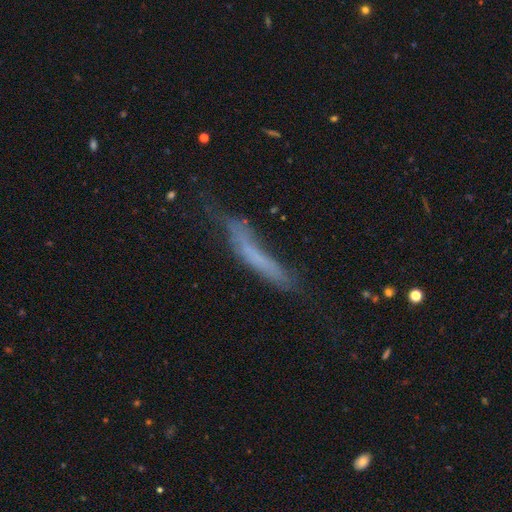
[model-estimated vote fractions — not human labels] This appears to be a smooth galaxy with no disk features (53%) that is cigar-shaped (87%). Merging: none (38%).